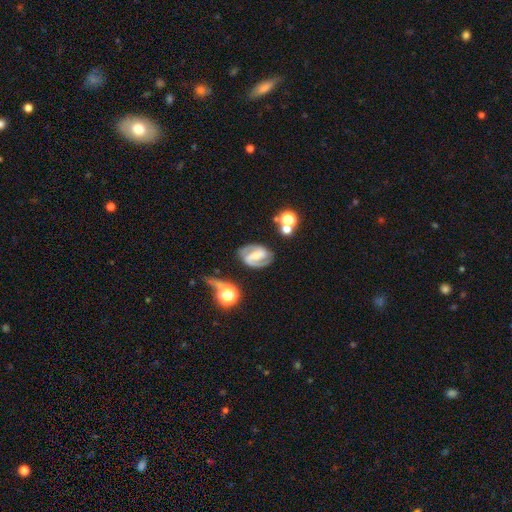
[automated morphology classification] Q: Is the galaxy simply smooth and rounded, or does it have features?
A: featured or disk — 84%.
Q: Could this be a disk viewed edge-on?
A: no — 97%.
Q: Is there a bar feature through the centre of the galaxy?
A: strong — 45%.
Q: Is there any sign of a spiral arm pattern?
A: yes — 96%.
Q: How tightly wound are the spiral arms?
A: medium — 52%.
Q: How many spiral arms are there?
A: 2 — 91%.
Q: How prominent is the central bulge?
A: small — 44%.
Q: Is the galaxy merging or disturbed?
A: none — 74%.